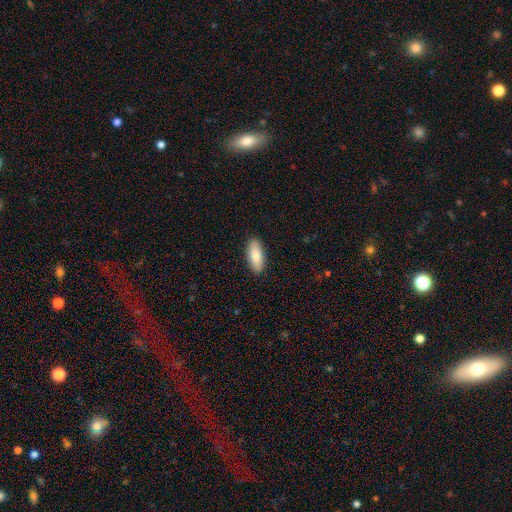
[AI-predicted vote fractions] Smooth or featured: smooth — 83% (featured or disk — 11%)
How rounded: in between — 78% (cigar-shaped — 20%)
Merging: none — 90% (minor disturbance — 8%)